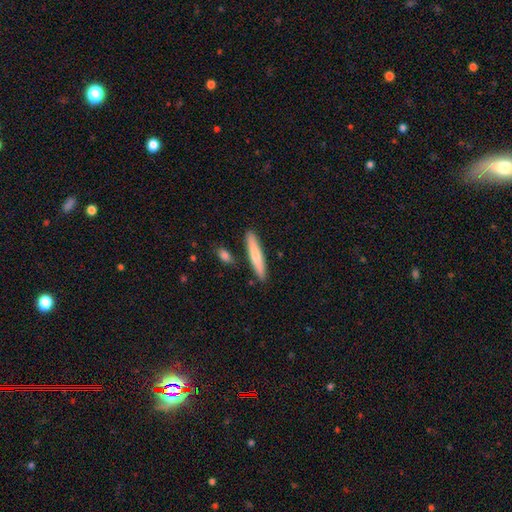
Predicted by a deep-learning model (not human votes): This appears to be a smooth galaxy with no disk features (71%) that is cigar-shaped (91%). Merging: none (86%).